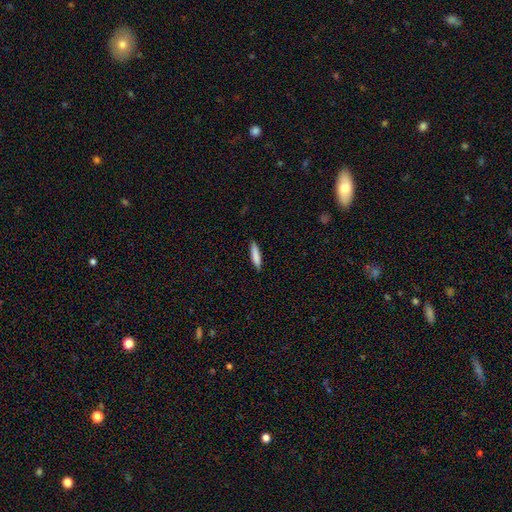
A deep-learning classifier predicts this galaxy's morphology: This appears to be a smooth galaxy with no disk features (83%) that is cigar-shaped (83%). Merging: none (88%).